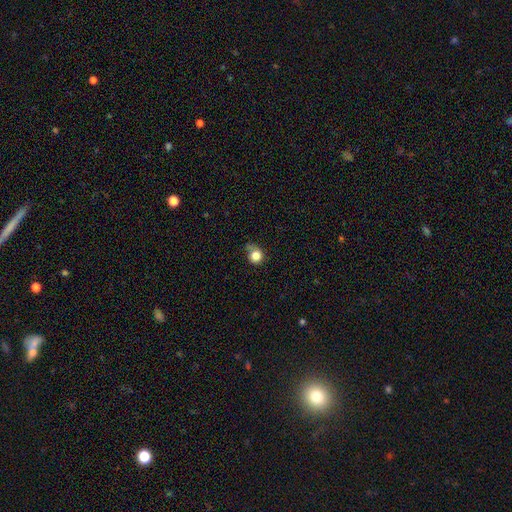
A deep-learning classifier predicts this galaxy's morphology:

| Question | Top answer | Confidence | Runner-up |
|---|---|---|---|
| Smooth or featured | smooth | 82% | star or artifact (11%) |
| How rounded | round | 83% | in between (16%) |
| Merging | none | 50% | minor disturbance (32%) |